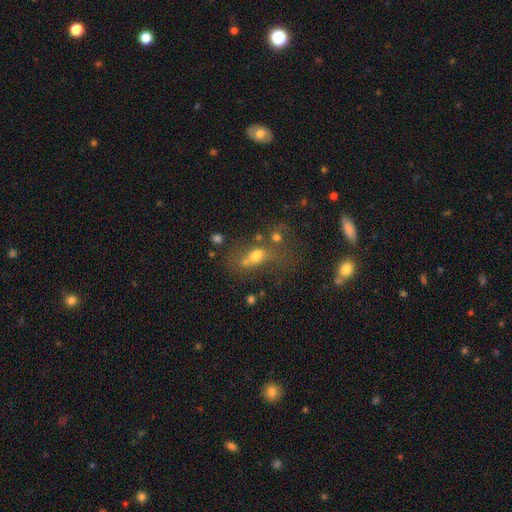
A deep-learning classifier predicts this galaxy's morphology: The model was most divided on "merging": none: 37%, merger: 29%, major disturbance: 18%, minor disturbance: 16%. More confident: how rounded — in between (68%); smooth or featured — smooth (57%).